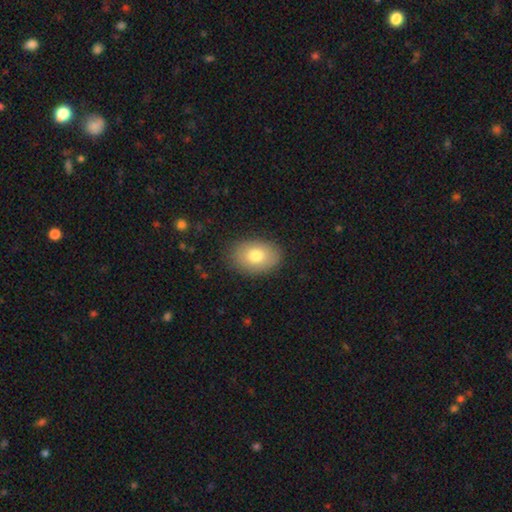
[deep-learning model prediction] The model was most divided on "smooth or featured": smooth: 76%, featured or disk: 16%, star or artifact: 8%. More confident: merging — none (85%); how rounded — in between (82%).